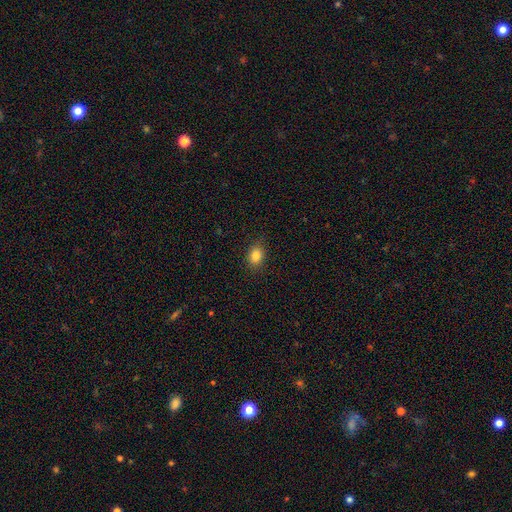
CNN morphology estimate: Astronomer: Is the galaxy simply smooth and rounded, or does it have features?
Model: smooth — 83%.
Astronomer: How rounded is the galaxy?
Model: in between — 62% (runner-up: round, 37%).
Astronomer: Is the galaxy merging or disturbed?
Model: none — 84%.